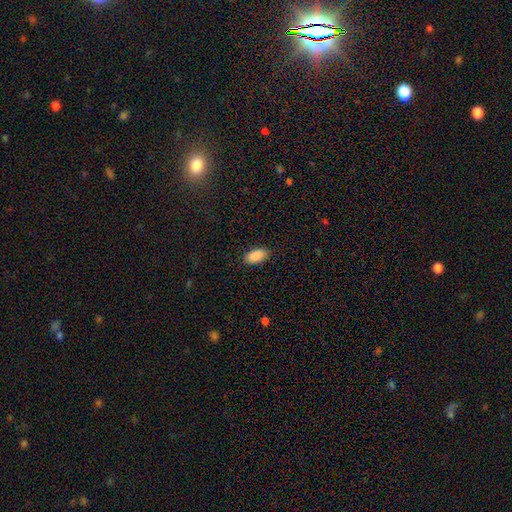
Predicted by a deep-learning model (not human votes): smooth 90%, star or artifact 7%, featured or disk 3%. Down the decision tree: how rounded — in between (94%); merging — none (88%).